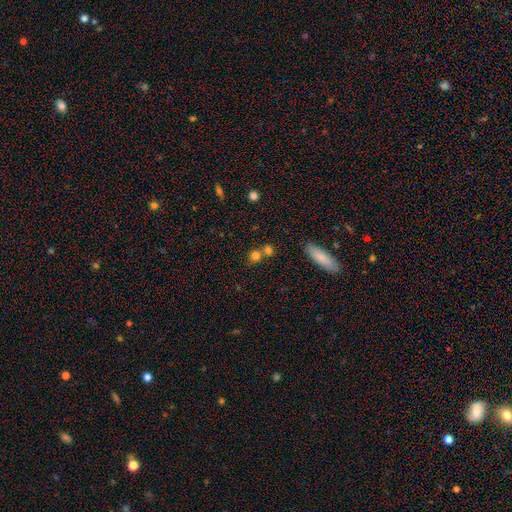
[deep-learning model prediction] Smooth or featured? smooth (76%)
How rounded? round (83%)
Merging? none (49%)